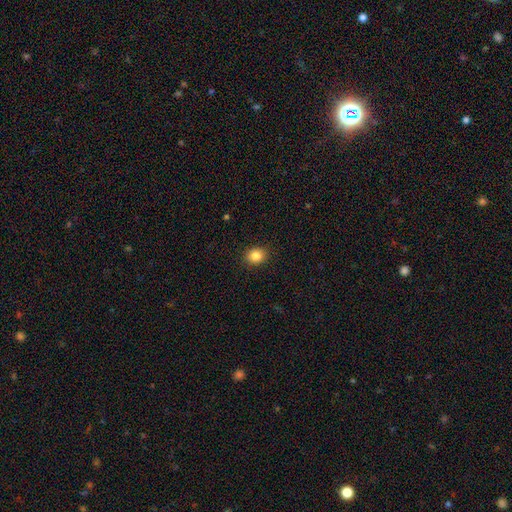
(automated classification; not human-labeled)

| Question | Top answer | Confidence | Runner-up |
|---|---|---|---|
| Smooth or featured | smooth | 85% | star or artifact (10%) |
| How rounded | round | 65% | in between (34%) |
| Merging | none | 90% | minor disturbance (7%) |